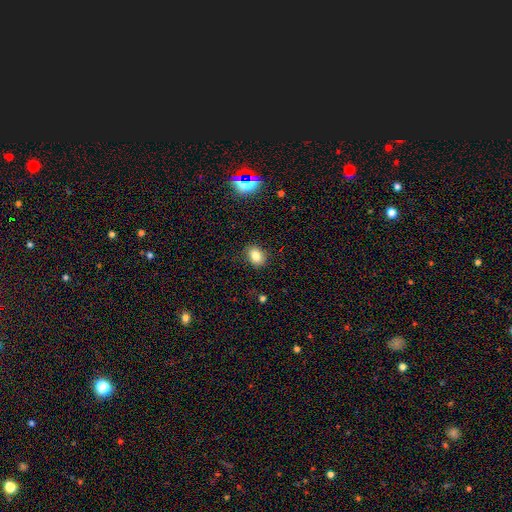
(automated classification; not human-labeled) This appears to be a smooth galaxy with no disk features (79%) that is in between round and cigar-shaped (61%). Merging: none (86%).